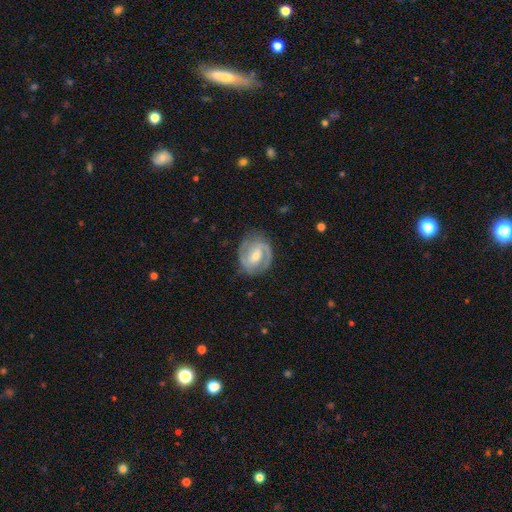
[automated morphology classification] Smooth or featured?
  - featured or disk: 85% *
  - smooth: 11%
  - star or artifact: 5%
Edge-on disk?
  - no: 97% *
  - yes: 3%
Bar?
  - weak: 50% *
  - strong: 27%
  - no: 23%
Spiral arms?
  - yes: 95% *
  - no: 5%
Spiral winding?
  - medium: 47% *
  - tight: 41%
  - loose: 13%
Spiral arm count?
  - 2: 85% *
  - can't tell: 6%
  - 1: 4%
  - 3: 3%
  - 4: 1%
  - more than 4: 1%
Bulge size?
  - moderate: 53% *
  - small: 42%
  - large: 3%
  - none: 1%
  - dominant: 1%
Merging?
  - none: 77% *
  - minor disturbance: 16%
  - major disturbance: 6%
  - merger: 1%